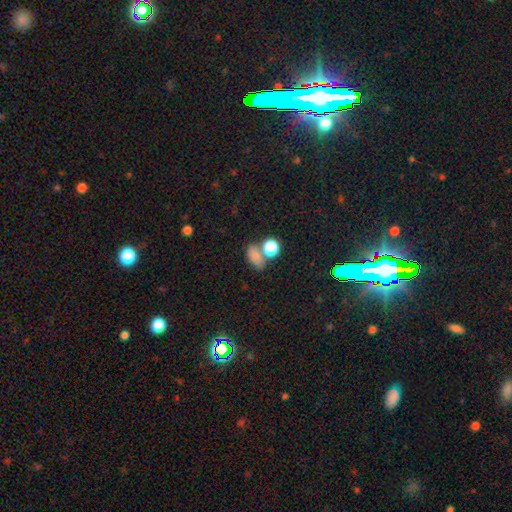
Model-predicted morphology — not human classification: Overall: smooth (78%). How rounded: in between (74%). Merging: none (47%; merger 32%).